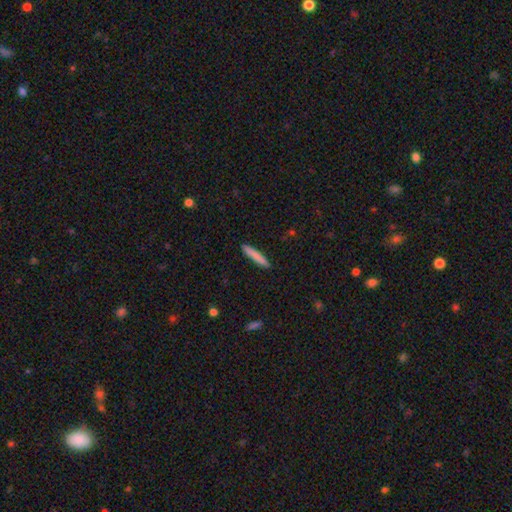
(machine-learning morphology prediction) A smooth galaxy with no disk features (81%) that is cigar-shaped (93%).

Vote fractions:
- Smooth or featured? smooth: 81% / featured or disk: 13% / star or artifact: 6%
- How rounded? cigar-shaped: 93% / in between: 5% / round: 1%
- Merging? none: 90% / minor disturbance: 7% / major disturbance: 1% / merger: 1%